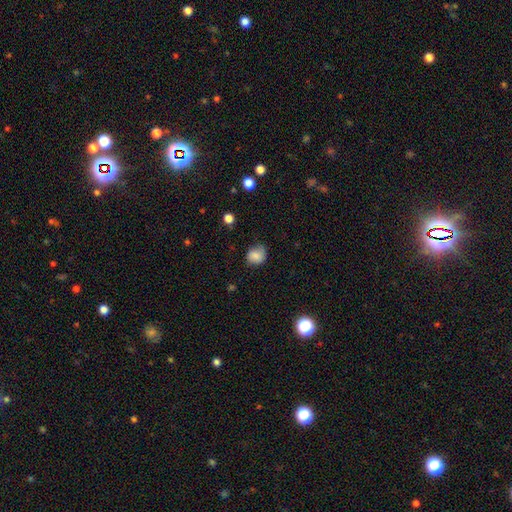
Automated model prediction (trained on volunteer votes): smooth_or_featured: smooth (p=0.80) [alt: star or artifact p=0.10]
how_rounded: round (p=0.67) [alt: in between p=0.32]
merging: none (p=0.64) [alt: minor disturbance p=0.27]